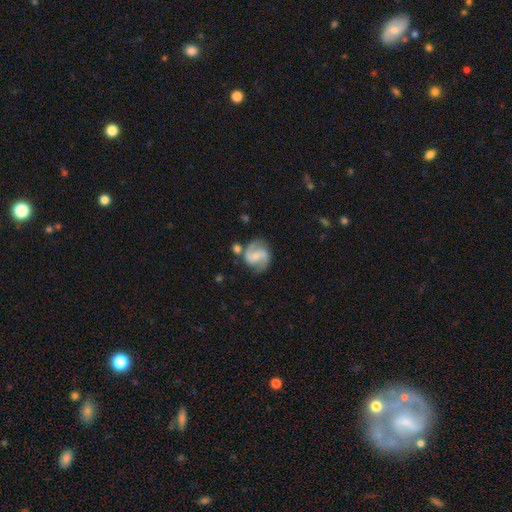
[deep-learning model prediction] Q: Smooth or featured?
A: featured or disk (80%); runner-up: smooth (14%)
Q: Edge-on disk?
A: no (98%); runner-up: yes (2%)
Q: Bar?
A: weak (45%); runner-up: no (36%)
Q: Spiral arms?
A: yes (96%); runner-up: no (4%)
Q: Spiral winding?
A: medium (54%); runner-up: loose (25%)
Q: Spiral arm count?
A: 2 (91%); runner-up: can't tell (3%)
Q: Bulge size?
A: small (46%); runner-up: moderate (26%)
Q: Merging?
A: none (70%); runner-up: minor disturbance (15%)